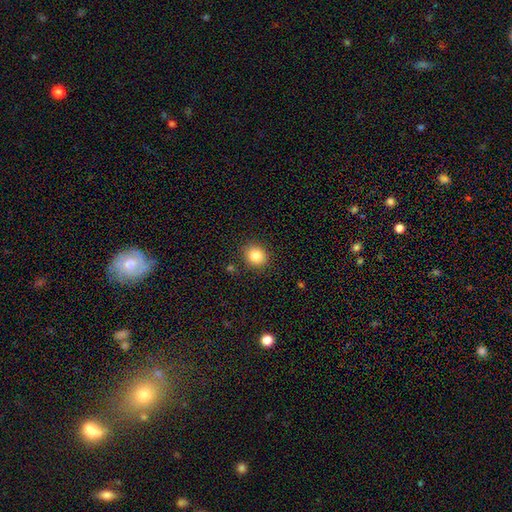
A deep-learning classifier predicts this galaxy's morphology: Smooth or featured? Predicted: smooth (p=0.84). How rounded? Predicted: round (p=0.76). Merging? Predicted: none (p=0.87).